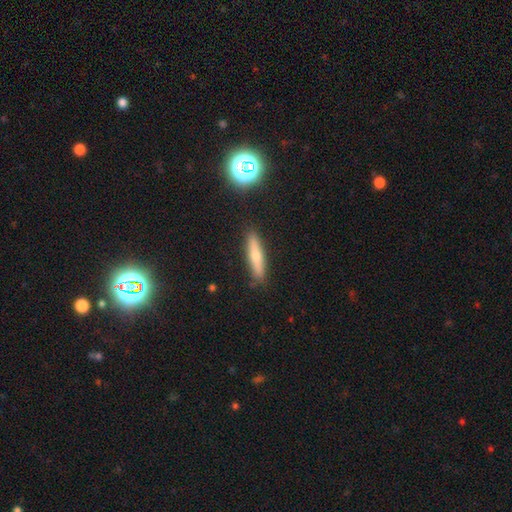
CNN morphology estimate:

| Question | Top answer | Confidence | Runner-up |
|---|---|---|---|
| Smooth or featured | smooth | 54% | featured or disk (36%) |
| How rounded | cigar-shaped | 85% | in between (13%) |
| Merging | none | 89% | minor disturbance (8%) |